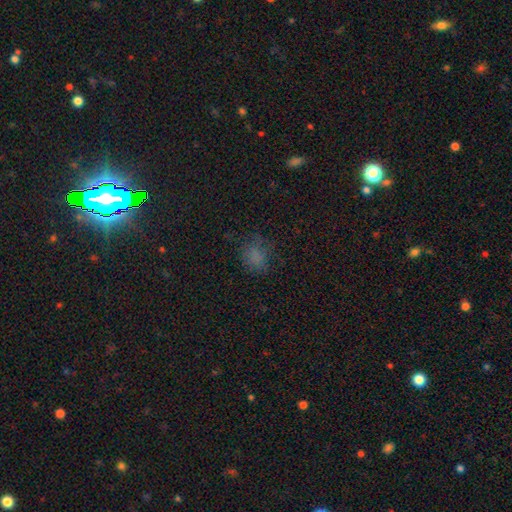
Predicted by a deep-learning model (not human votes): Q: Smooth or featured?
A: smooth (67%); runner-up: star or artifact (23%)
Q: How rounded?
A: round (51%); runner-up: in between (48%)
Q: Merging?
A: none (62%); runner-up: minor disturbance (23%)